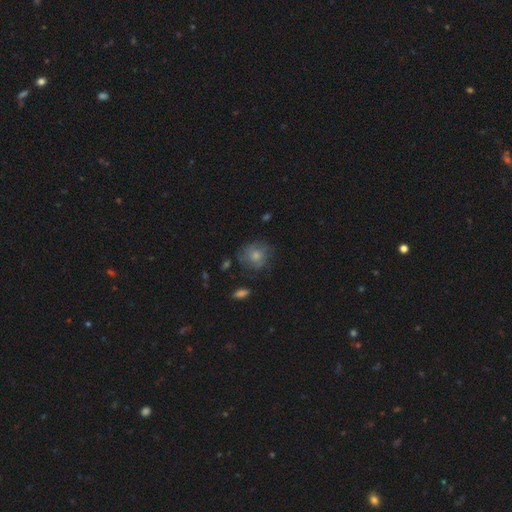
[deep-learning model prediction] smooth_or_featured: smooth (p=0.62) [alt: featured or disk p=0.29]
how_rounded: round (p=0.80) [alt: in between p=0.19]
merging: none (p=0.64) [alt: minor disturbance p=0.23]